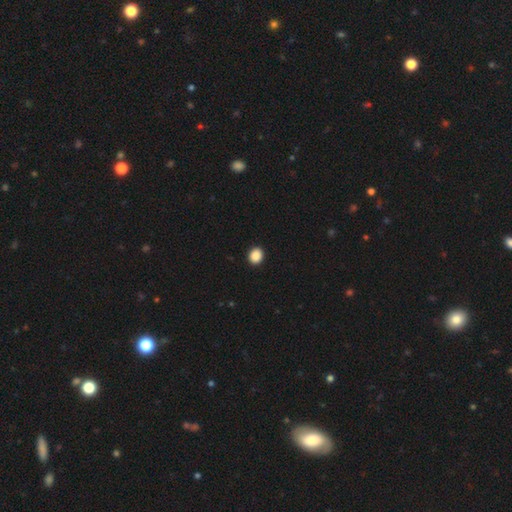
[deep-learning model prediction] Overall: smooth (89%). How rounded: round (64%; in between 35%). Merging: none (93%).